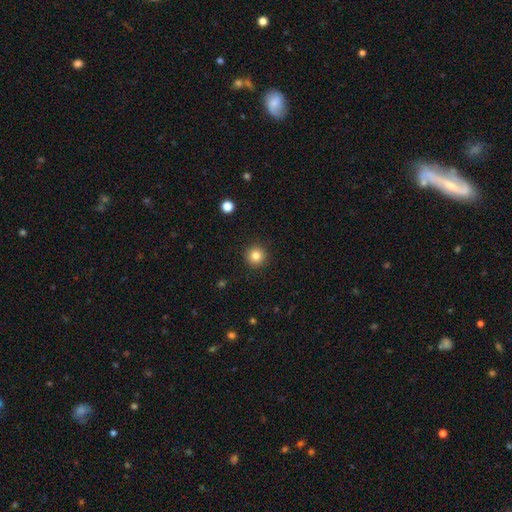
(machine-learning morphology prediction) smooth-or-featured: smooth: 83% | star or artifact: 11% | featured or disk: 6%
  how-rounded: round: 95% | in between: 4% | cigar-shaped: 1%
  merging: none: 92% | minor disturbance: 5% | major disturbance: 2% | merger: 1%